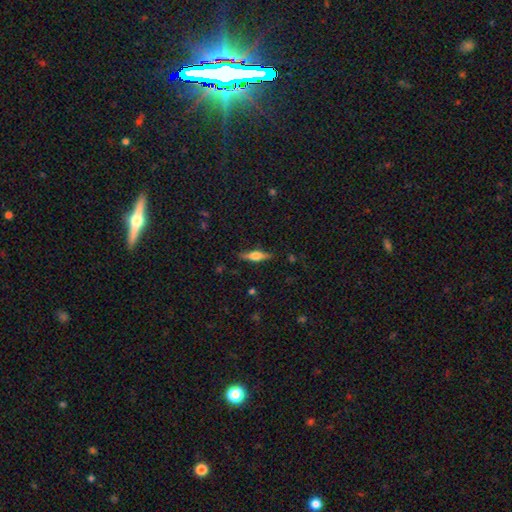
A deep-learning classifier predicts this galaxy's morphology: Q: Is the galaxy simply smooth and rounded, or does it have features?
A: featured or disk — 57%.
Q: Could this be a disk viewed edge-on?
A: yes — 95%.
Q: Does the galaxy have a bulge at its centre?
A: rounded — 88%.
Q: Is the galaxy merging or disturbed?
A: none — 85%.